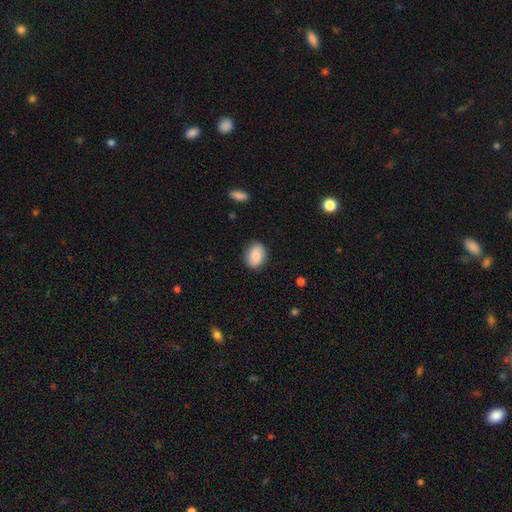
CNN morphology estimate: smooth 83%, featured or disk 10%, star or artifact 7%. Down the decision tree: how rounded — in between (63%); merging — none (86%).